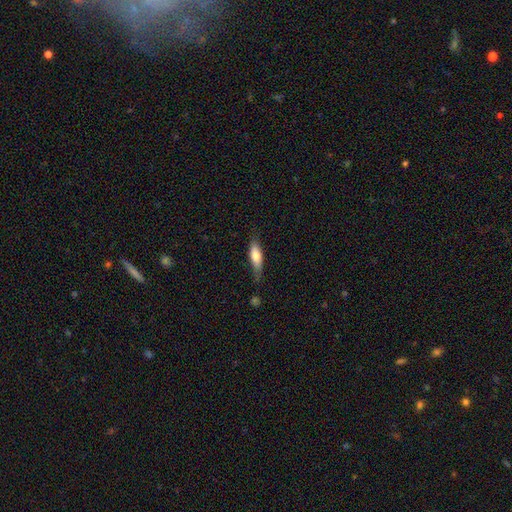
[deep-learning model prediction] A smooth galaxy with no disk features (72%) that is cigar-shaped (51%). Merging: none (66%).